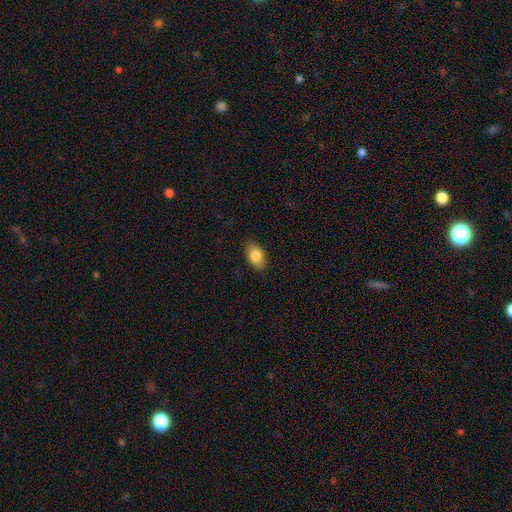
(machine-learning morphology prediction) Smooth or featured? smooth (84%)
How rounded? in between (90%)
Merging? none (86%)